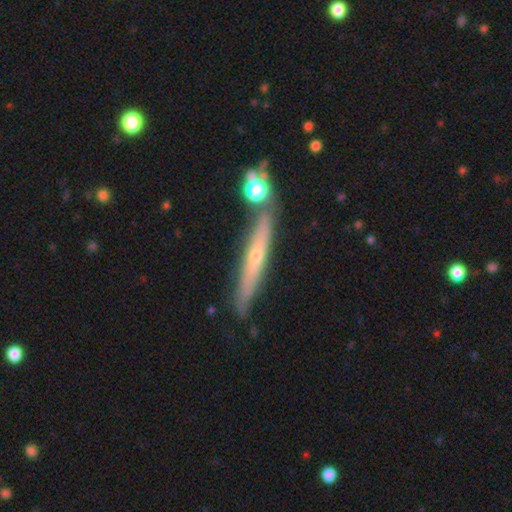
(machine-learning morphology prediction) Overall: featured or disk (62%; smooth 30%). Edge-on disk: yes (90%). Edge-on bulge: rounded (64%; none 33%). Merging: none (79%).